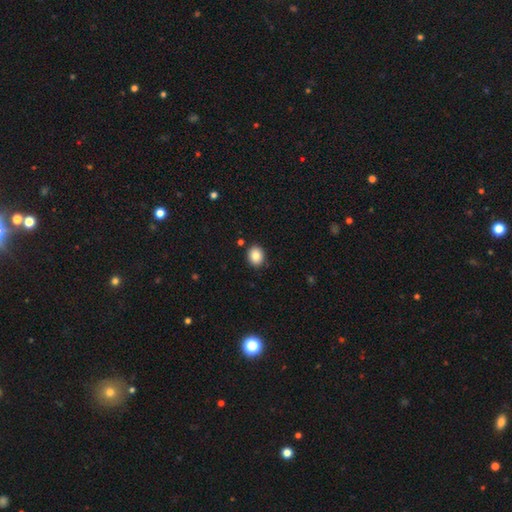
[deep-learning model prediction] smooth 86%, star or artifact 9%, featured or disk 5%. Down the decision tree: how rounded — round (52%); merging — none (88%).